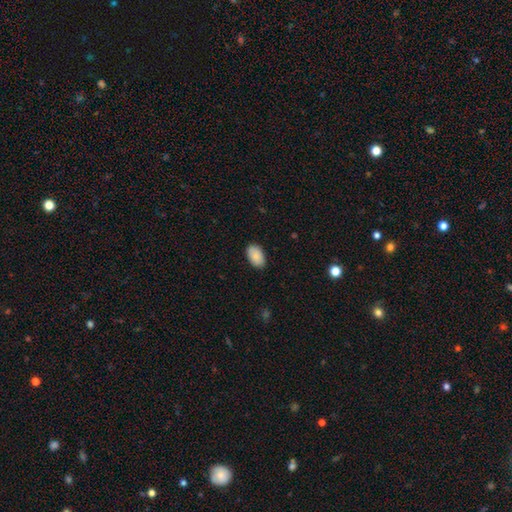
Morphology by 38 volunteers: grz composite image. It shows a smooth galaxy with no disk features (92%) that is in between round and cigar-shaped (89%). Merging: none (86%).